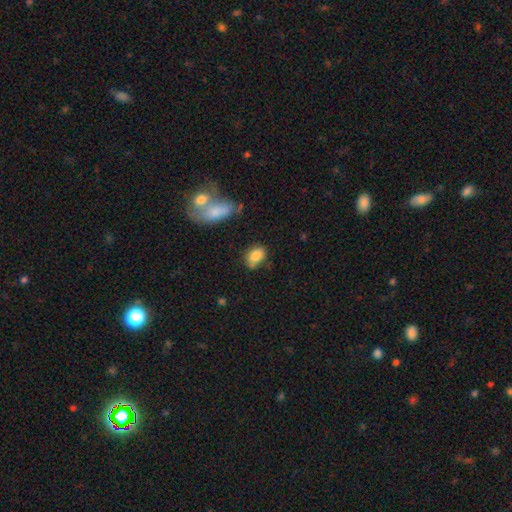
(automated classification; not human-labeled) The model was most divided on "merging": none: 61%, minor disturbance: 27%, merger: 6%, major disturbance: 6%. More confident: smooth or featured — smooth (83%); how rounded — in between (78%).